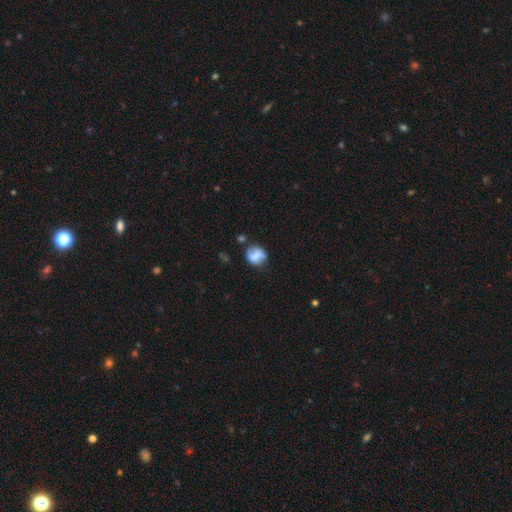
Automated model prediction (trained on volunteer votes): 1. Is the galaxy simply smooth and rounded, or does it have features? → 59% smooth, 32% featured or disk, 9% star or artifact.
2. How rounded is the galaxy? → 63% round, 35% in between, 2% cigar-shaped.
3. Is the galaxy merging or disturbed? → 51% none, 27% minor disturbance, 11% merger, 11% major disturbance.